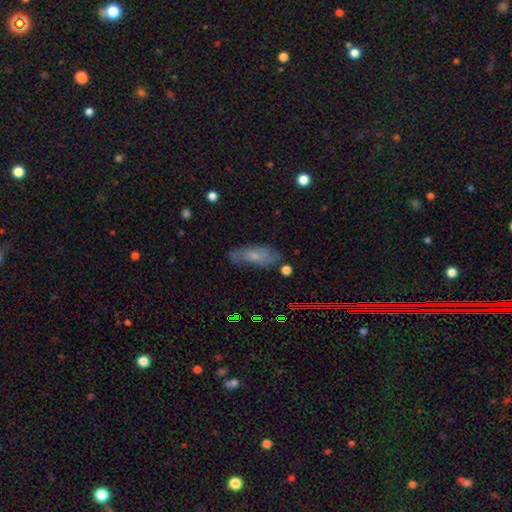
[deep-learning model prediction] Smooth or featured: smooth — 45% (featured or disk — 43%)
Merging: none — 64% (minor disturbance — 25%)